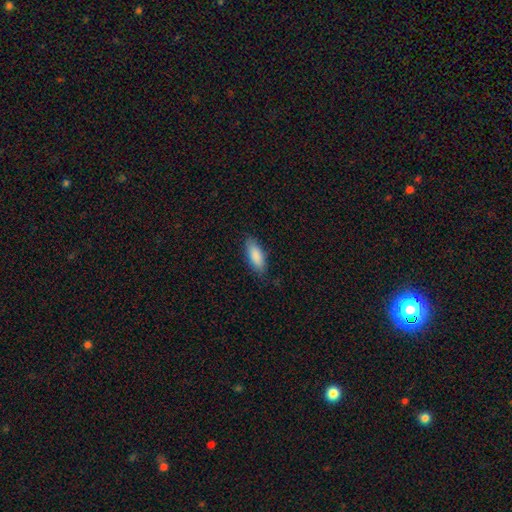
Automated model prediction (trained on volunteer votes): smooth 88%, featured or disk 6%, star or artifact 6%. Down the decision tree: how rounded — in between (75%); merging — none (83%).